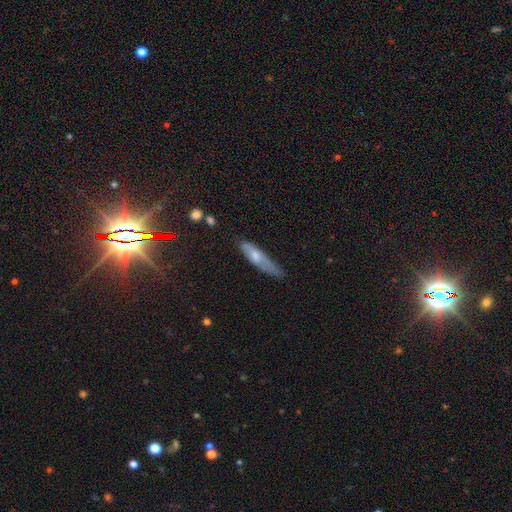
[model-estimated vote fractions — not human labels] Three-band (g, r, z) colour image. It shows a smooth galaxy with no disk features (60%) that is cigar-shaped (73%). Merging: none (49%).